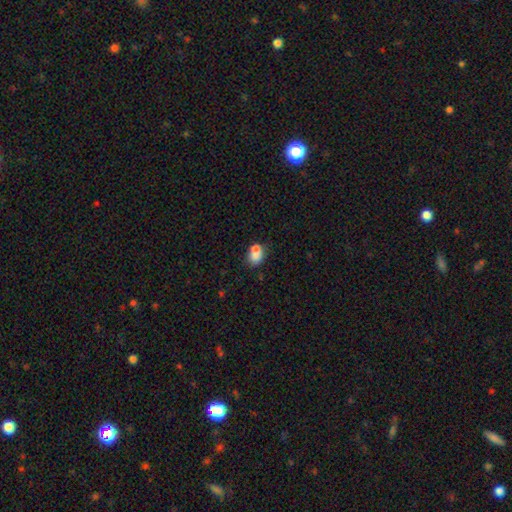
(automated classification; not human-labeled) Morphology: type=smooth (75%); roundness=in between (61%); merging=merger (49%).